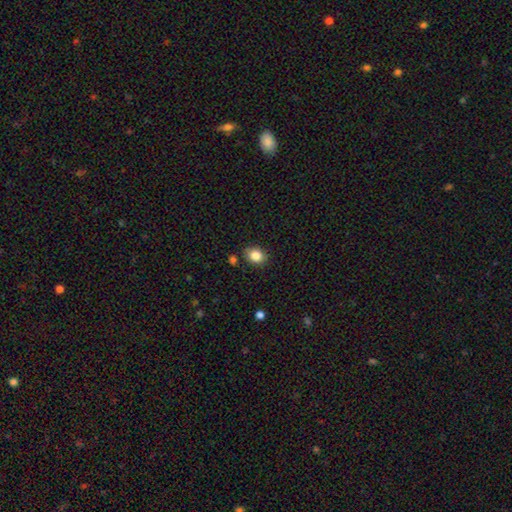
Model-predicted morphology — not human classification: type=smooth (85%); roundness=in between (54%); merging=none (84%).